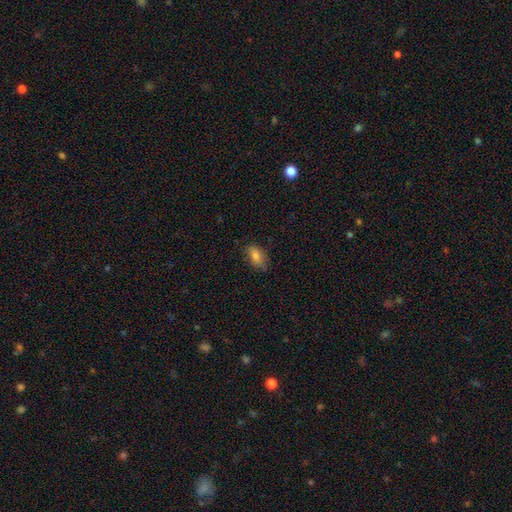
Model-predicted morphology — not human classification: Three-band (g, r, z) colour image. It shows a smooth galaxy with no disk features (80%) that is in between round and cigar-shaped (89%). Merging: none (76%).